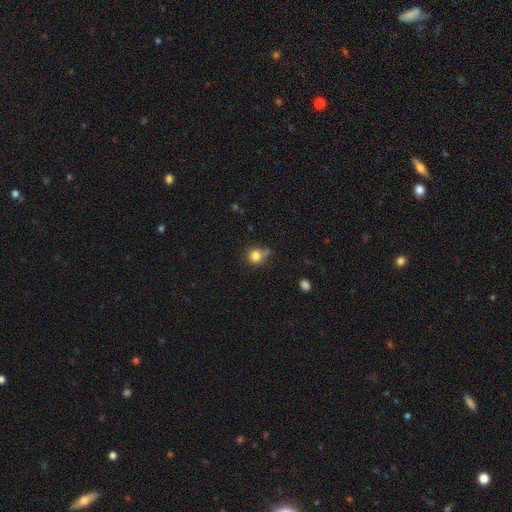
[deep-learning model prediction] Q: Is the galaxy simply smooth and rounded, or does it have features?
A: smooth — 82%.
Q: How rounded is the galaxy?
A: round — 87%.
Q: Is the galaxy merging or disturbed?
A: none — 62%.